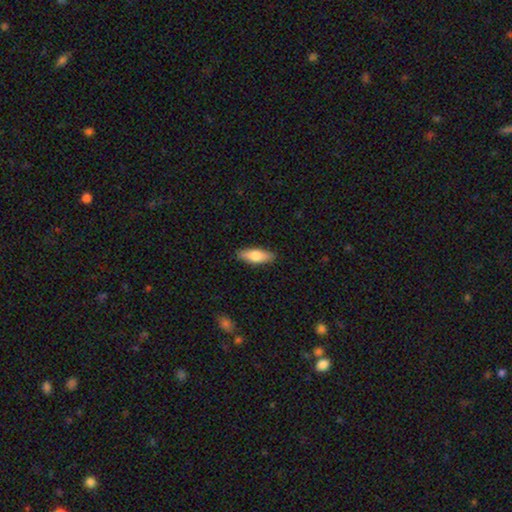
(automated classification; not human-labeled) Smooth or featured: smooth — 72% (featured or disk — 22%)
How rounded: in between — 61% (cigar-shaped — 37%)
Merging: none — 89% (minor disturbance — 9%)